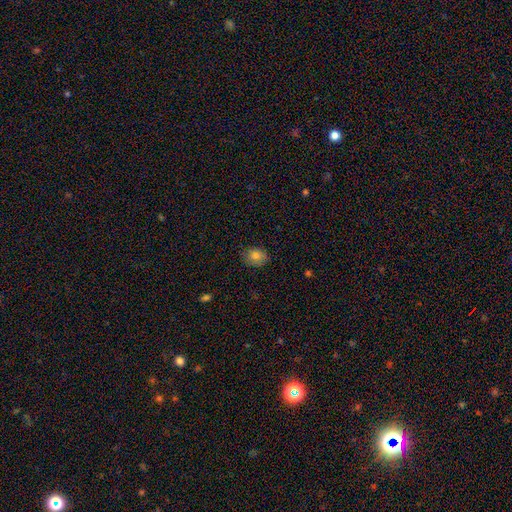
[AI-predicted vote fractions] Smooth or featured? Predicted: smooth (p=0.81). How rounded? Predicted: in between (p=0.51). Merging? Predicted: none (p=0.84).